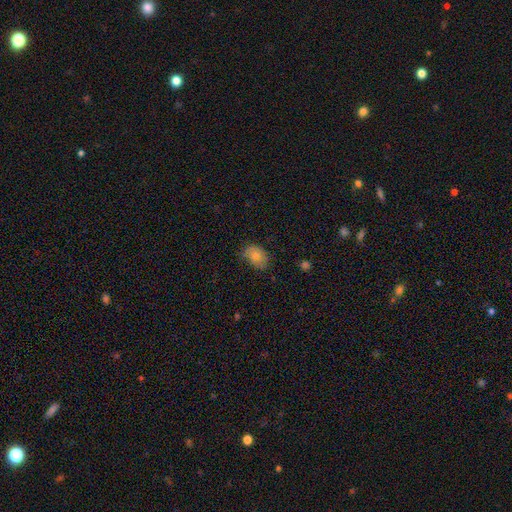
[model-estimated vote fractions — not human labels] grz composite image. It shows a smooth galaxy with no disk features (76%) that is in between round and cigar-shaped (75%). Merging: none (58%).